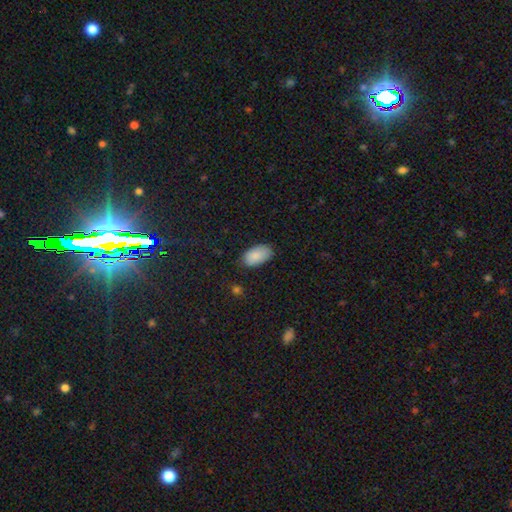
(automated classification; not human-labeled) A smooth galaxy with no disk features (88%) that is in between round and cigar-shaped (95%).

Vote fractions:
- Smooth or featured? smooth: 88% / star or artifact: 7% / featured or disk: 5%
- How rounded? in between: 95% / round: 3% / cigar-shaped: 2%
- Merging? none: 79% / minor disturbance: 16% / major disturbance: 3% / merger: 1%